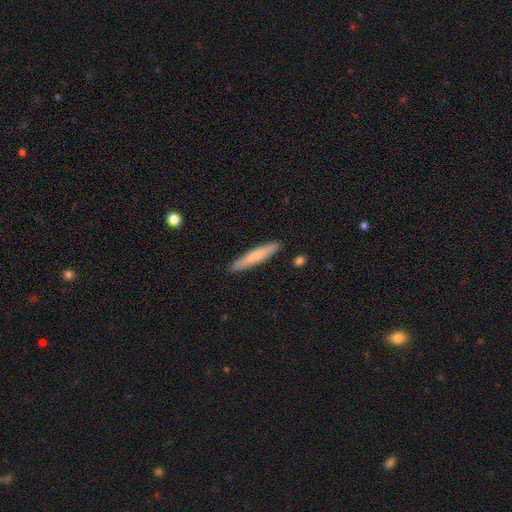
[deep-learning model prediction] This is likely a smooth galaxy (68%). How rounded: clearly cigar-shaped (92%). Merging: clearly none (90%).